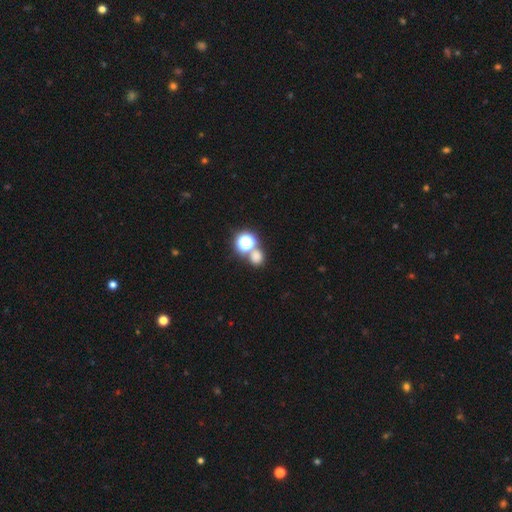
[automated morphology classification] smooth-or-featured: smooth: 67% | star or artifact: 27% | featured or disk: 7%
  how-rounded: round: 79% | in between: 20% | cigar-shaped: 1%
  merging: none: 58% | merger: 31% | minor disturbance: 7% | major disturbance: 4%